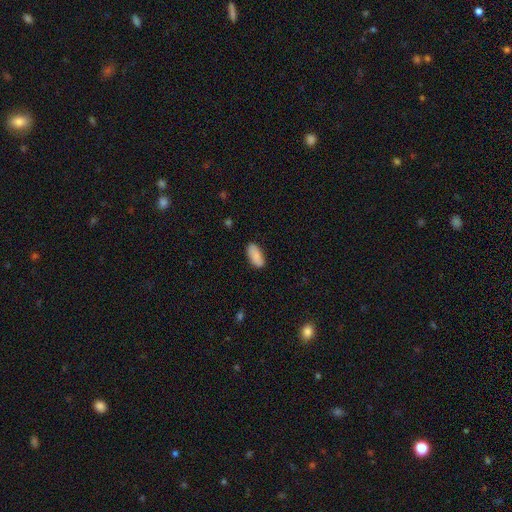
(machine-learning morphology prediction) Smooth or featured: smooth — 88% (star or artifact — 6%)
How rounded: in between — 89% (cigar-shaped — 9%)
Merging: none — 85% (minor disturbance — 11%)